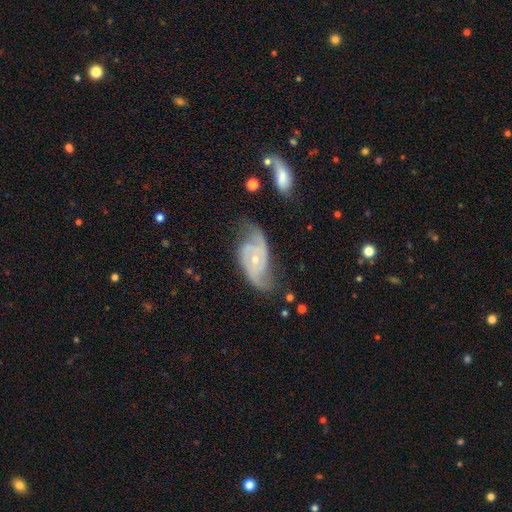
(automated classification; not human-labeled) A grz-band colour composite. It shows a featured or disk galaxy (82%) with no bar (68%), 2 (57%) medium (44%) spiral arms (95%) and a small central bulge (74%). Merging: none (60%).